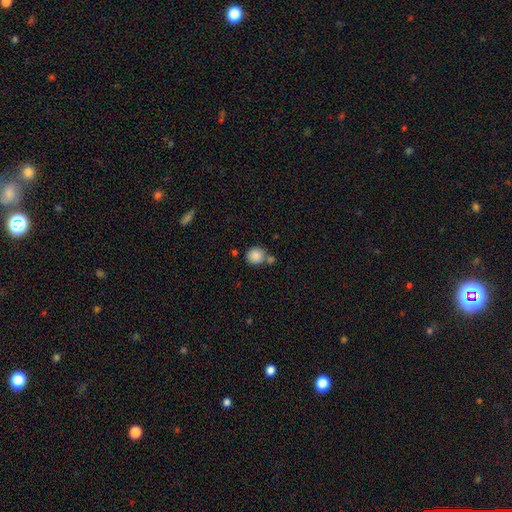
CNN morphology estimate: Smooth or featured: smooth — 87% (star or artifact — 9%)
How rounded: round — 87% (in between — 12%)
Merging: none — 60% (merger — 25%)